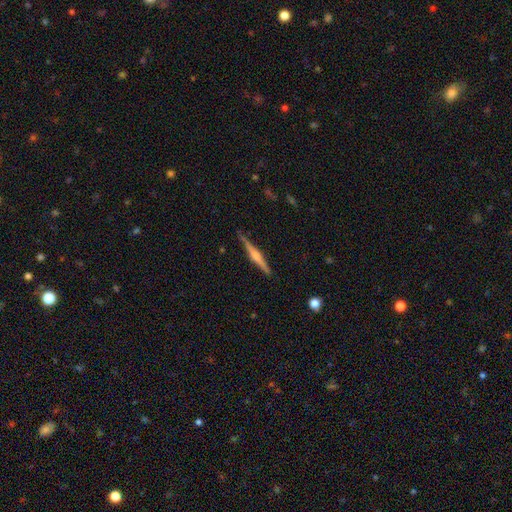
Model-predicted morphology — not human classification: featured or disk 77%, smooth 17%, star or artifact 6%. Down the decision tree: edge-on disk — yes (98%); edge-on bulge — rounded (85%); merging — none (88%).